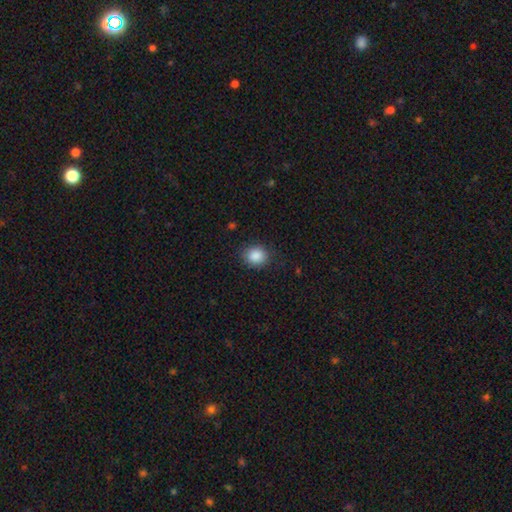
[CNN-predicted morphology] Smooth or featured? Predicted: smooth (p=0.87). How rounded? Predicted: round (p=0.70). Merging? Predicted: none (p=0.84).